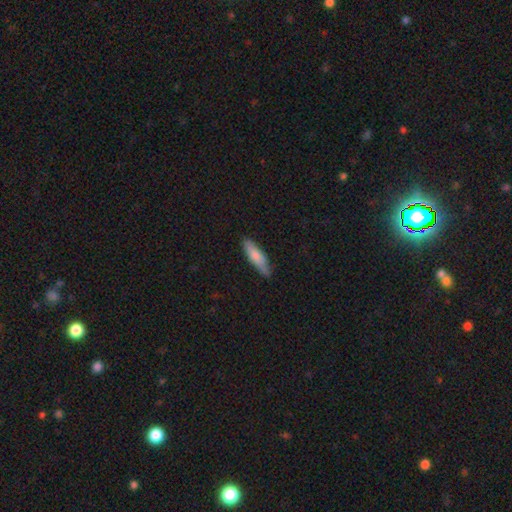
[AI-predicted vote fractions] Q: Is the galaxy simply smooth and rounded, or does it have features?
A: smooth — 78%.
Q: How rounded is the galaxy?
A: cigar-shaped — 60%.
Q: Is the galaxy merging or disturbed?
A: none — 77%.